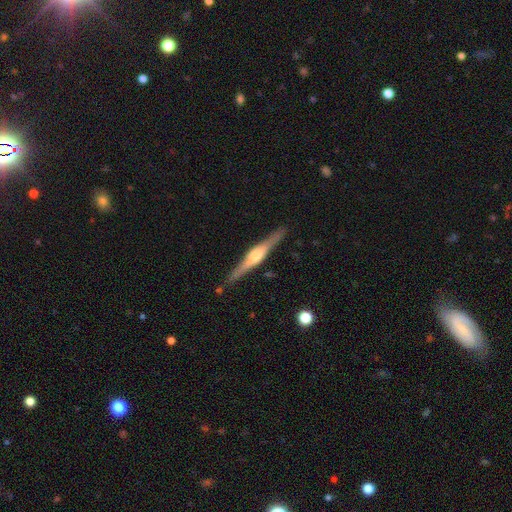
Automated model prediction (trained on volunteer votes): The model was most divided on "smooth or featured": featured or disk: 76%, smooth: 18%, star or artifact: 5%. More confident: edge-on disk — yes (98%); merging — none (88%); edge-on bulge — rounded (82%).